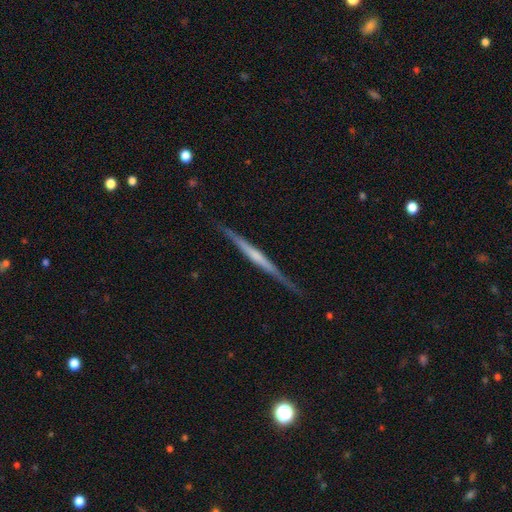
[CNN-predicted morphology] Overall: featured or disk (71%). Edge-on disk: yes (98%). Edge-on bulge: none (56%; rounded 31%). Merging: none (86%).